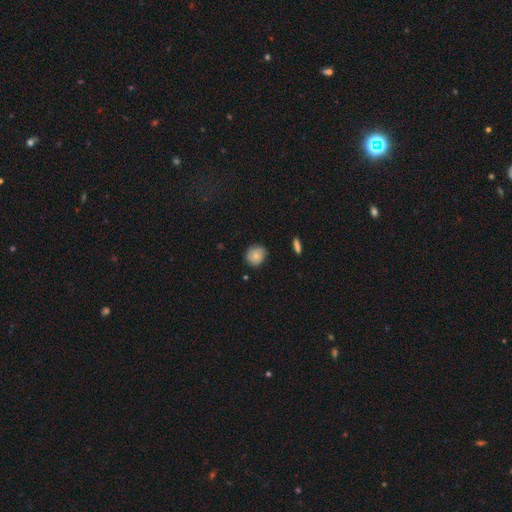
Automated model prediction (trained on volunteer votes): A smooth galaxy with no disk features (82%) that is round (79%). Merging: none (80%).